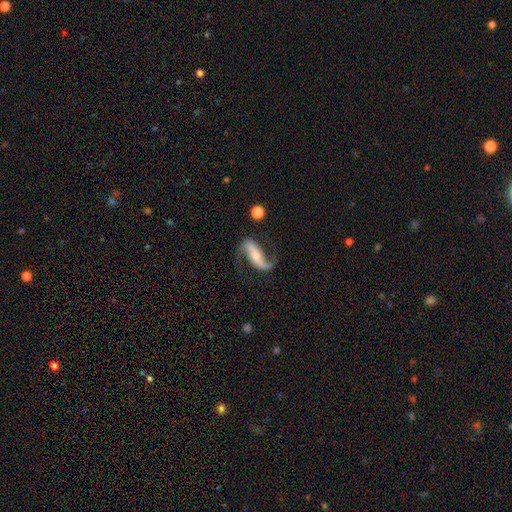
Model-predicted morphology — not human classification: smooth-or-featured: featured or disk: 87% | smooth: 8% | star or artifact: 5%
  disk-edge-on: no: 93% | yes: 7%
    bar: strong: 46% | no: 30% | weak: 24%
    has-spiral-arms: yes: 96% | no: 4%
      spiral-winding: loose: 76% | medium: 19% | tight: 6%
      spiral-arm-count: 2: 91% | 1: 4% | can't tell: 2% | 3: 1% | 4: 1% | more than 4: 1%
    bulge-size: small: 49% | moderate: 43% | large: 4% | none: 3% | dominant: 2%
  merging: none: 73% | minor disturbance: 15% | major disturbance: 10% | merger: 3%